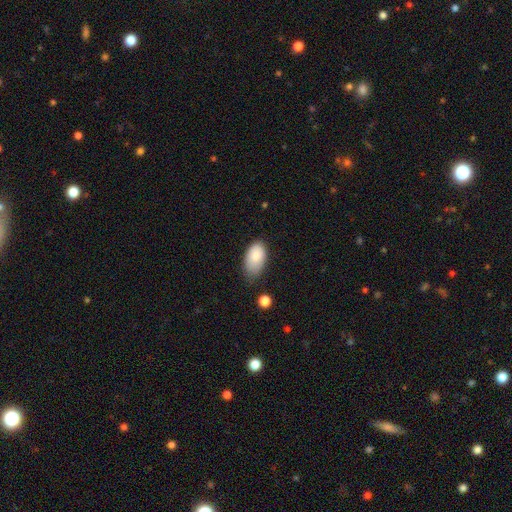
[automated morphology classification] Q: Smooth or featured?
A: smooth (83%); runner-up: featured or disk (10%)
Q: How rounded?
A: in between (94%); runner-up: round (5%)
Q: Merging?
A: none (58%); runner-up: minor disturbance (32%)